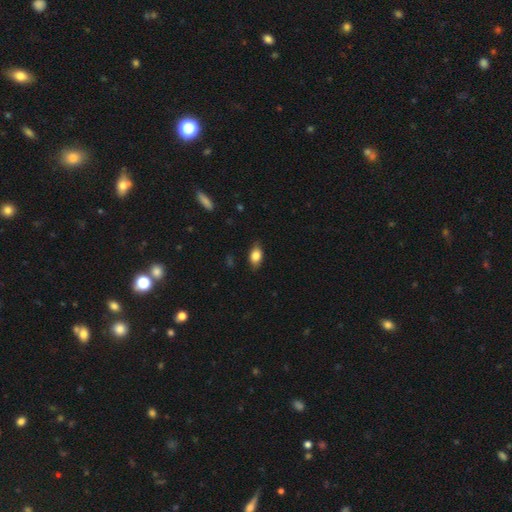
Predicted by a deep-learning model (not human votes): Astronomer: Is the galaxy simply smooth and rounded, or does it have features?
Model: smooth — 81%.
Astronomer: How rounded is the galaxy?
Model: in between — 85%.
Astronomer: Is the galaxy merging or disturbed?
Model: none — 80%.